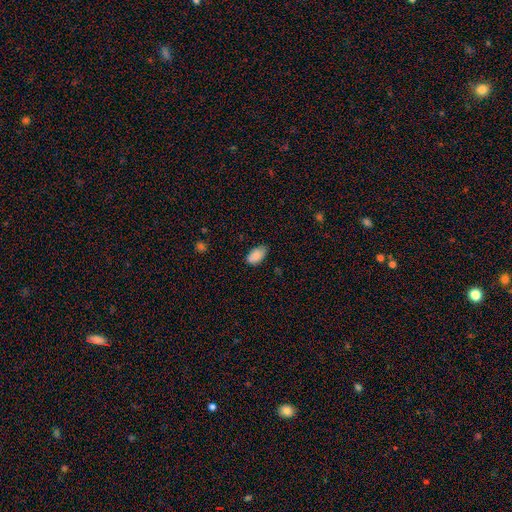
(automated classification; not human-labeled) smooth_or_featured: smooth (p=0.88) [alt: star or artifact p=0.07]
how_rounded: in between (p=0.93) [alt: round p=0.05]
merging: none (p=0.72) [alt: minor disturbance p=0.24]